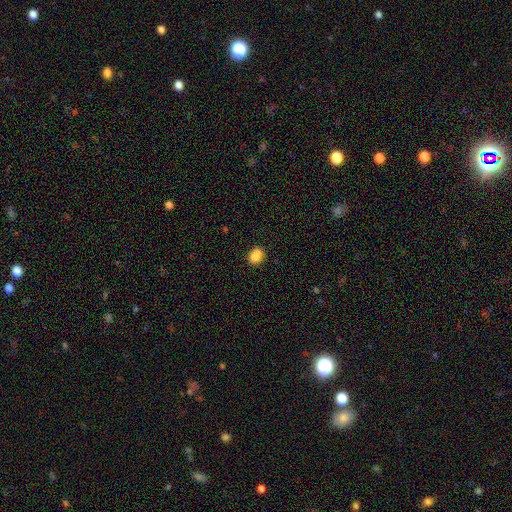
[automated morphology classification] Smooth or featured? smooth (85%)
How rounded? in between (61%)
Merging? none (75%)